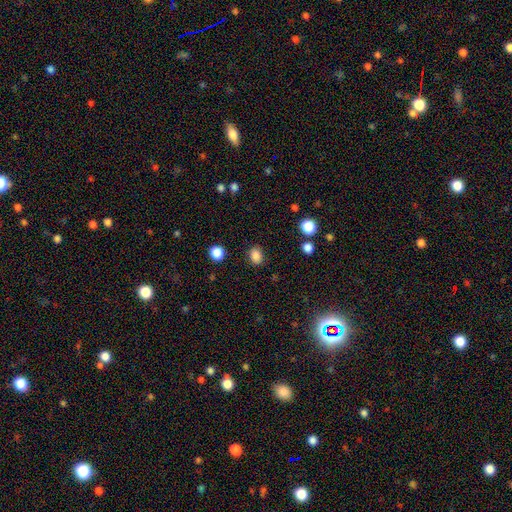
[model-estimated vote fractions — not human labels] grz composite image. It shows a smooth galaxy with no disk features (85%) that is in between round and cigar-shaped (58%). Merging: none (86%).